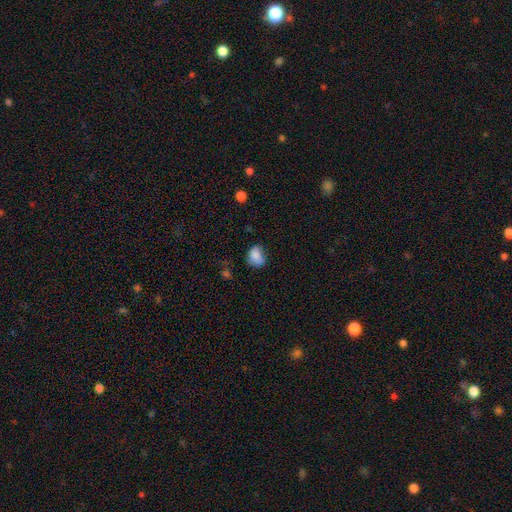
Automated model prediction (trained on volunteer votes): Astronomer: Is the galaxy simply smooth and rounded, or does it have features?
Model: smooth — 81%.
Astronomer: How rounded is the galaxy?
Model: in between — 54% (runner-up: round, 45%).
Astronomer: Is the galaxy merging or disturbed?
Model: none — 47% (runner-up: minor disturbance, 35%).